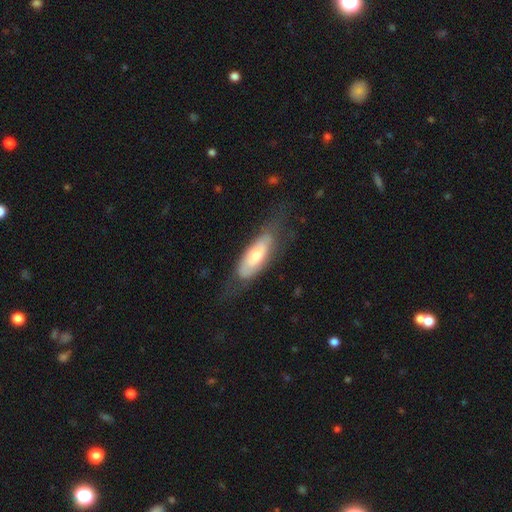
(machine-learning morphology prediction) Overall: smooth (55%; featured or disk 39%). How rounded: in between (65%; cigar-shaped 33%). Merging: none (59%; minor disturbance 25%).